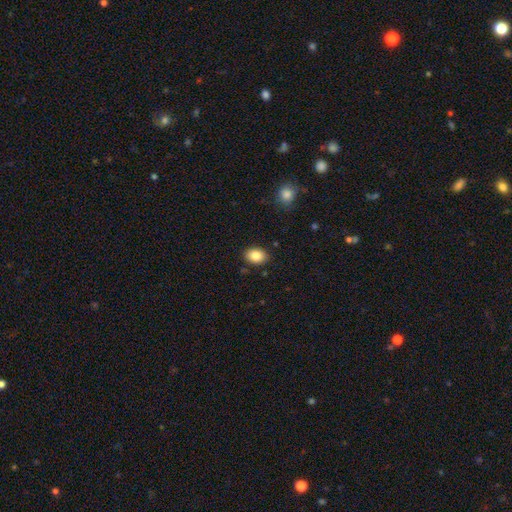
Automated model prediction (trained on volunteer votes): This is clearly a smooth galaxy (86%). How rounded: likely in between (79%). Merging: clearly none (88%).